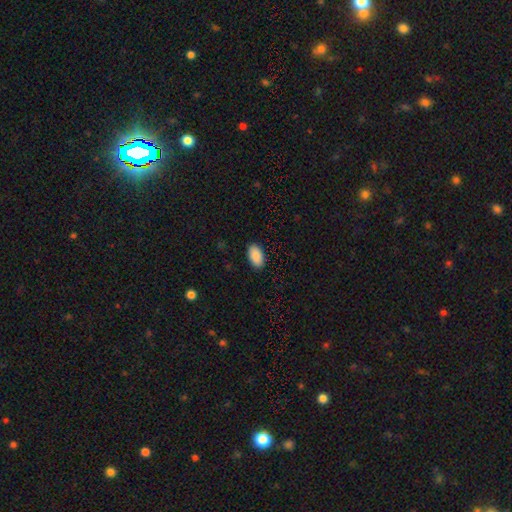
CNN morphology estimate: type=smooth (91%); roundness=in between (95%); merging=none (90%).